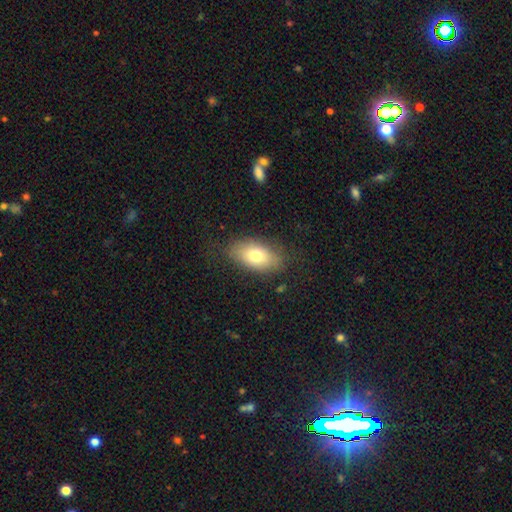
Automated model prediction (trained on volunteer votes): Smooth or featured? Predicted: smooth (p=0.74). How rounded? Predicted: in between (p=0.89). Merging? Predicted: none (p=0.79).